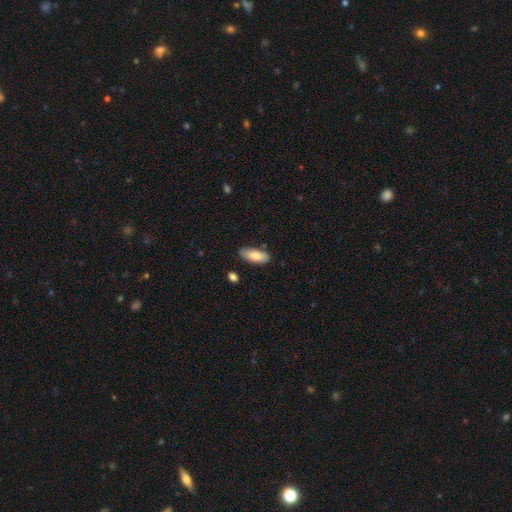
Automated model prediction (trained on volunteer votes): Overall: smooth (80%). How rounded: in between (80%). Merging: none (76%).